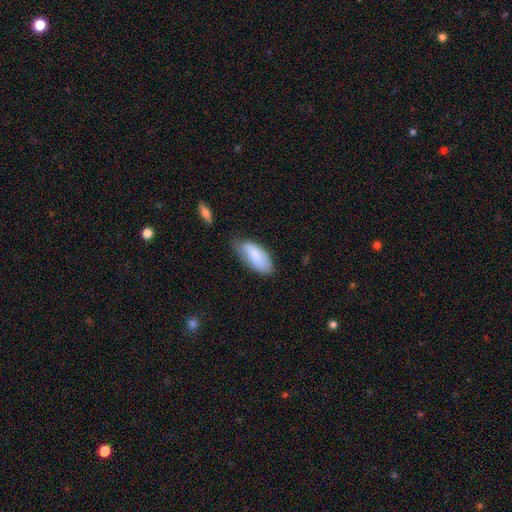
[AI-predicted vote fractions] smooth_or_featured: smooth (p=0.80) [alt: featured or disk p=0.14]
how_rounded: in between (p=0.89) [alt: cigar-shaped p=0.09]
merging: none (p=0.55) [alt: minor disturbance p=0.35]